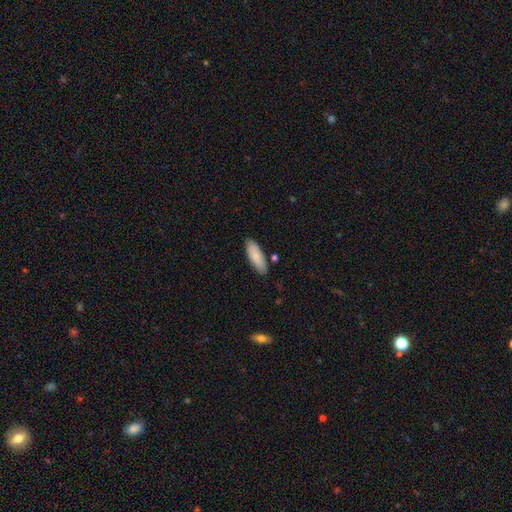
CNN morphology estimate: A smooth galaxy with no disk features (84%) that is in between round and cigar-shaped (64%).

Vote fractions:
- Smooth or featured? smooth: 84% / featured or disk: 11% / star or artifact: 6%
- How rounded? in between: 64% / cigar-shaped: 35% / round: 2%
- Merging? none: 83% / minor disturbance: 12% / merger: 3% / major disturbance: 2%